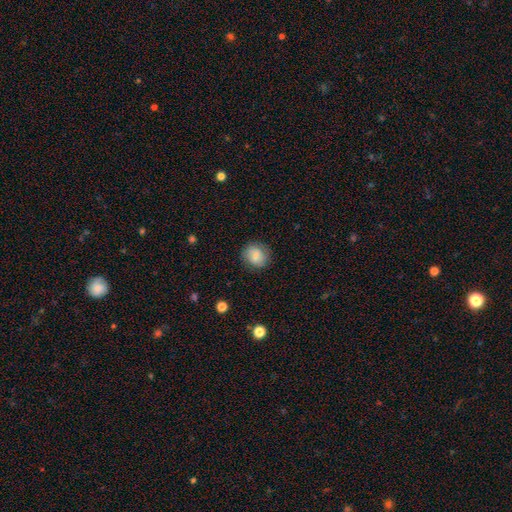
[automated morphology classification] smooth-or-featured: smooth: 76% | featured or disk: 16% | star or artifact: 8%
  how-rounded: round: 82% | in between: 18% | cigar-shaped: 1%
  merging: none: 82% | minor disturbance: 13% | major disturbance: 4% | merger: 1%